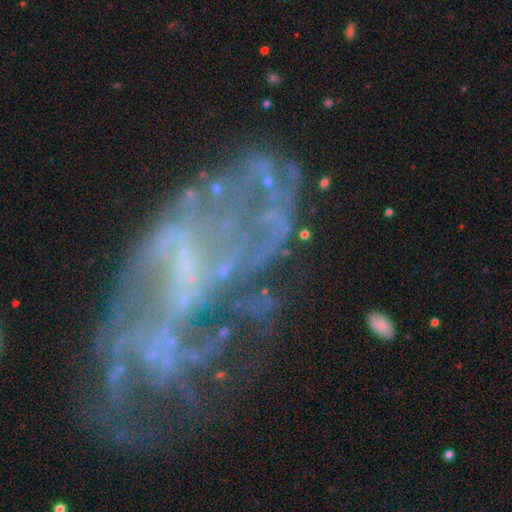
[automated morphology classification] Smooth or featured? featured or disk (72%)
Edge-on disk? no (96%)
Bar? no (58%)
Spiral arms? no (51%)
Bulge size? none (63%)
Merging? major disturbance (39%)